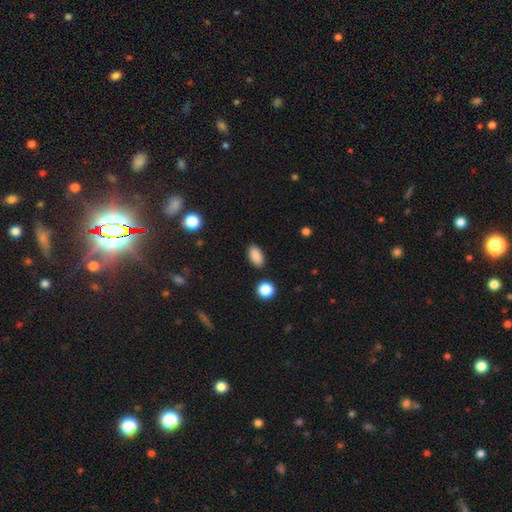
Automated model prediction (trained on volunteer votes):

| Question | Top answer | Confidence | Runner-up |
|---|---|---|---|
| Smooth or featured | smooth | 88% | star or artifact (9%) |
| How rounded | in between | 91% | round (6%) |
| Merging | none | 88% | minor disturbance (8%) |